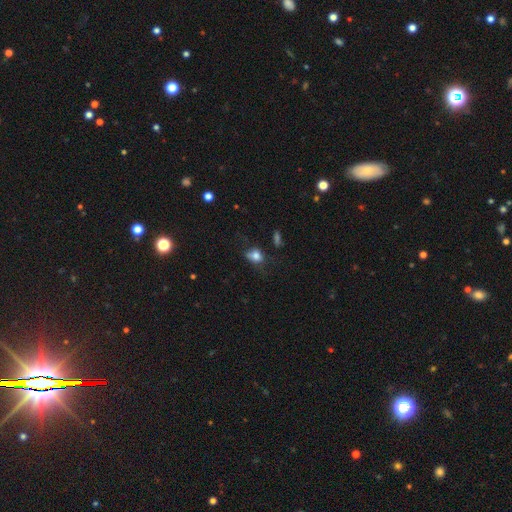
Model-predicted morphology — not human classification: The model was most divided on "how rounded": in between: 51%, round: 47%, cigar-shaped: 2%. Remaining: smooth or featured — smooth (72%); merging — none (42%).